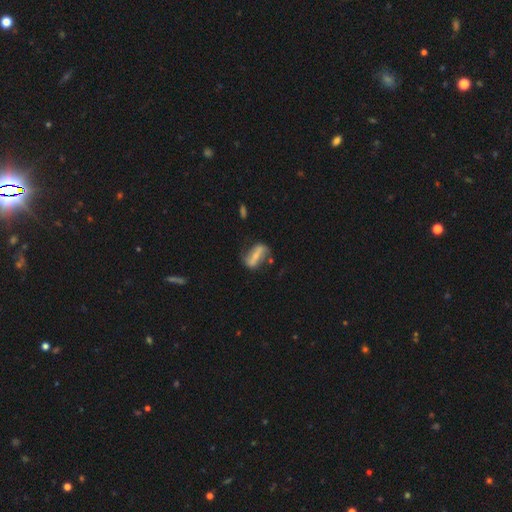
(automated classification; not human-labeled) Smooth or featured? featured or disk (66%)
Edge-on disk? no (88%)
Bar? strong (67%)
Spiral arms? yes (74%)
Bulge size? small (58%)
Merging? none (62%)